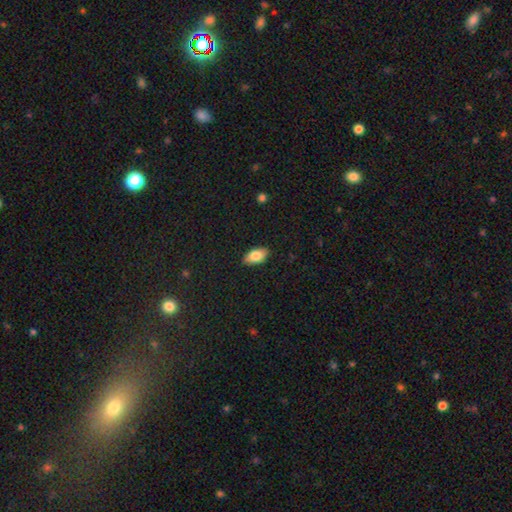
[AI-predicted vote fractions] Morphology: type=smooth (81%); roundness=in between (92%); merging=none (87%).